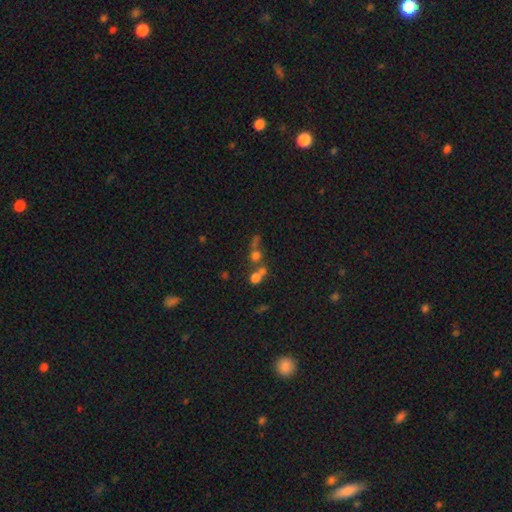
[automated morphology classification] This is marginally a star or artifact rather than a galaxy (42%).